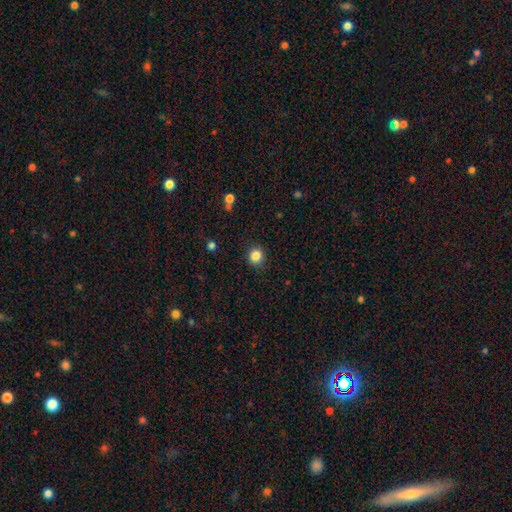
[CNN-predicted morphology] A smooth galaxy with no disk features (85%) that is round (88%).

Vote fractions:
- Smooth or featured? smooth: 85% / star or artifact: 11% / featured or disk: 4%
- How rounded? round: 88% / in between: 11% / cigar-shaped: 1%
- Merging? none: 89% / minor disturbance: 8% / major disturbance: 2% / merger: 1%